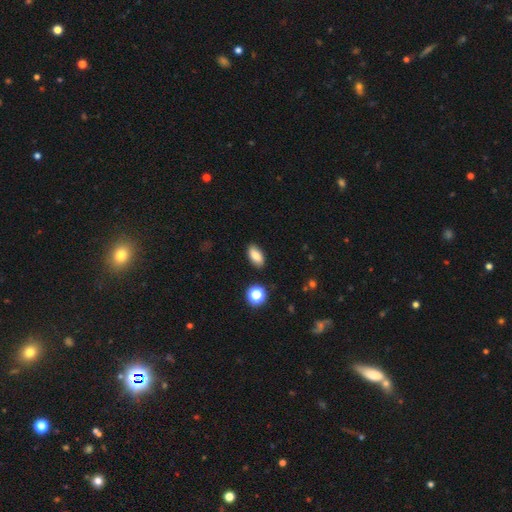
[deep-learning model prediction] smooth_or_featured: smooth (p=0.82) [alt: star or artifact p=0.10]
how_rounded: in between (p=0.89) [alt: cigar-shaped p=0.06]
merging: none (p=0.88) [alt: minor disturbance p=0.08]